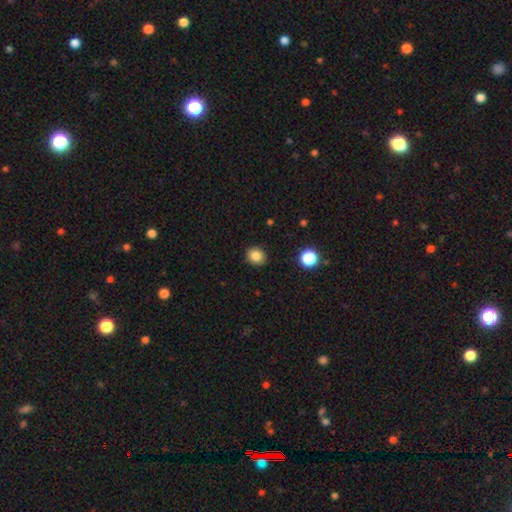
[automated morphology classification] This is clearly a smooth galaxy (84%). How rounded: likely round (77%). Merging: clearly none (90%).